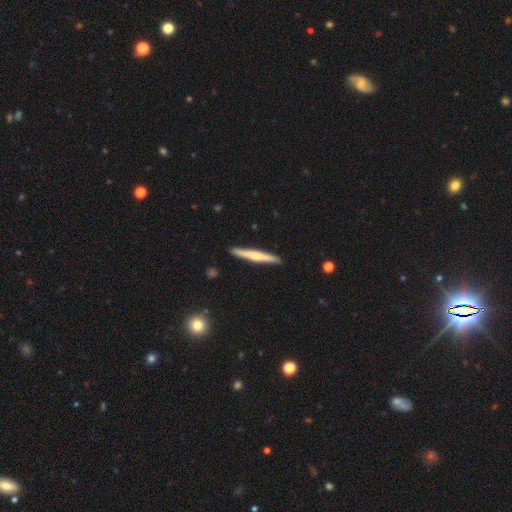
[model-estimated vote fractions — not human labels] Smooth or featured?
  - featured or disk: 48% *
  - smooth: 47%
  - star or artifact: 5%
Merging?
  - none: 91% *
  - minor disturbance: 6%
  - major disturbance: 1%
  - merger: 1%